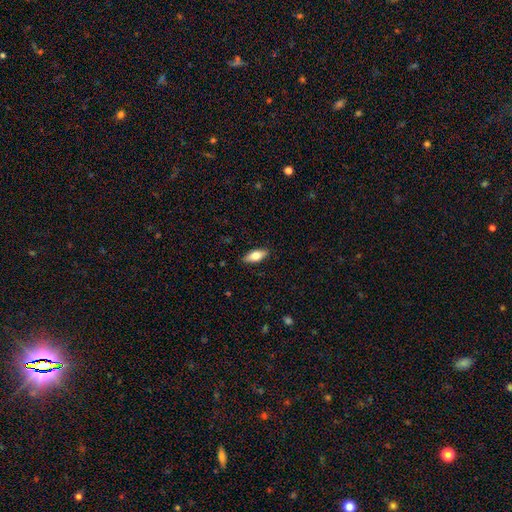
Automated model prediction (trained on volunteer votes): A smooth galaxy with no disk features (70%) that is in between round and cigar-shaped (79%). Merging: none (89%).